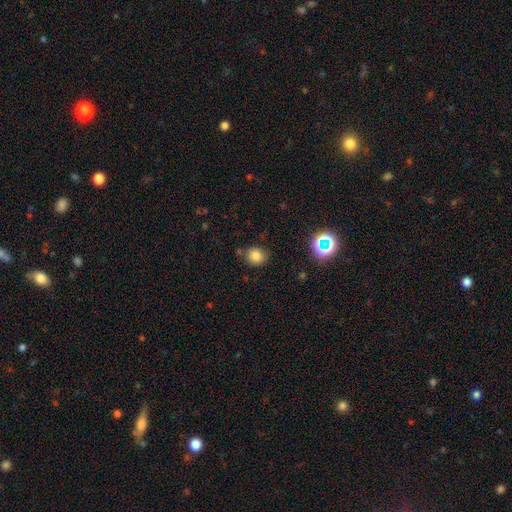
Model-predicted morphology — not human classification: The model was most divided on "how rounded": round: 80%, in between: 19%, cigar-shaped: 1%. More confident: smooth or featured — smooth (79%); merging — none (78%).